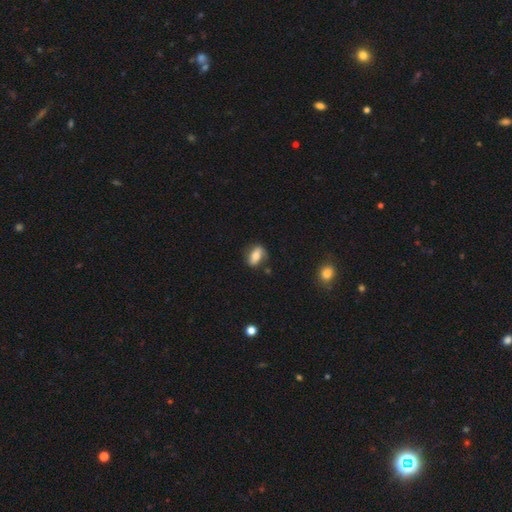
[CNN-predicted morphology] smooth 65%, featured or disk 27%, star or artifact 8%. Down the decision tree: how rounded — in between (84%); merging — none (71%).